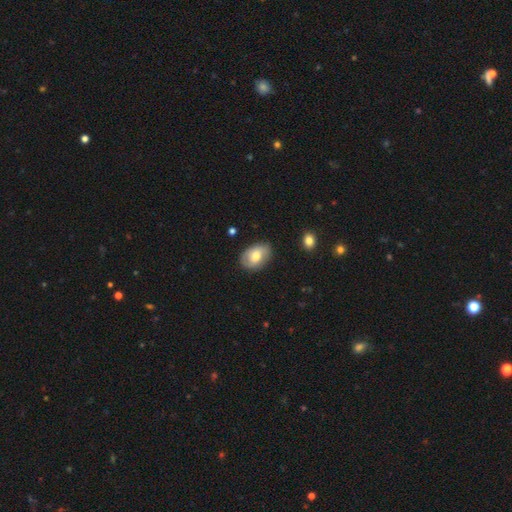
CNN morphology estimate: This appears to be a smooth galaxy with no disk features (63%) that is in between round and cigar-shaped (83%). Merging: none (77%).